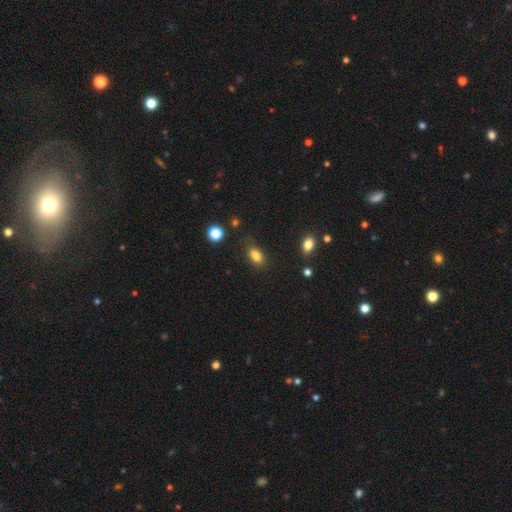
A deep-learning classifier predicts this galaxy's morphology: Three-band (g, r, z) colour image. It shows a smooth galaxy with no disk features (85%) that is in between round and cigar-shaped (86%). Merging: none (79%).